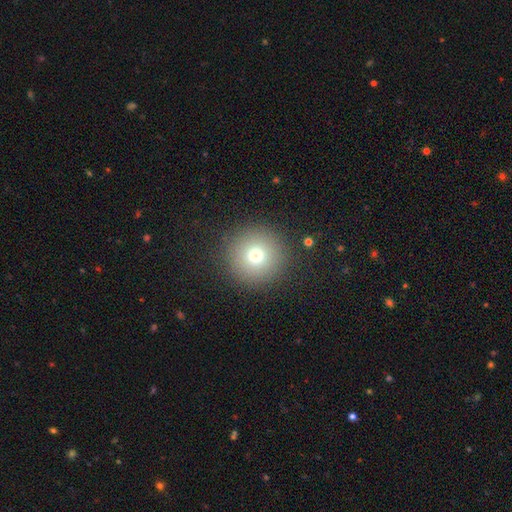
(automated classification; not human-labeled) The model was most divided on "smooth or featured": smooth: 74%, star or artifact: 15%, featured or disk: 11%. More confident: how rounded — round (96%); merging — none (90%).